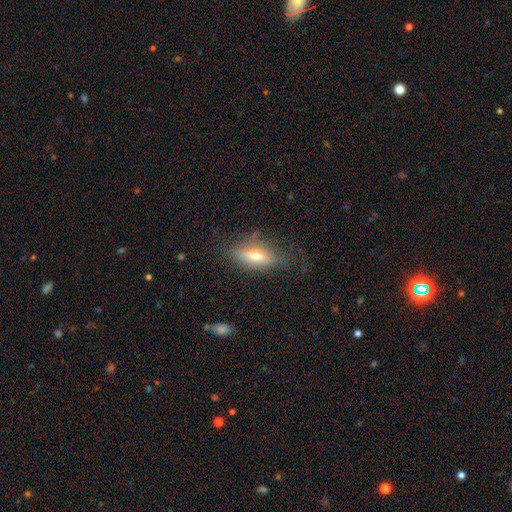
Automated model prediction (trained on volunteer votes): smooth 53%, featured or disk 37%, star or artifact 9%. Down the decision tree: how rounded — in between (63%); merging — none (68%).